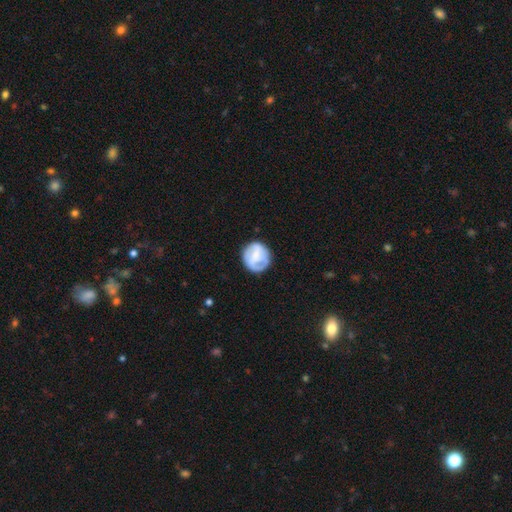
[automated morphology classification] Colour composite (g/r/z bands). It shows a smooth galaxy with no disk features (47%). Merging: none (74%).